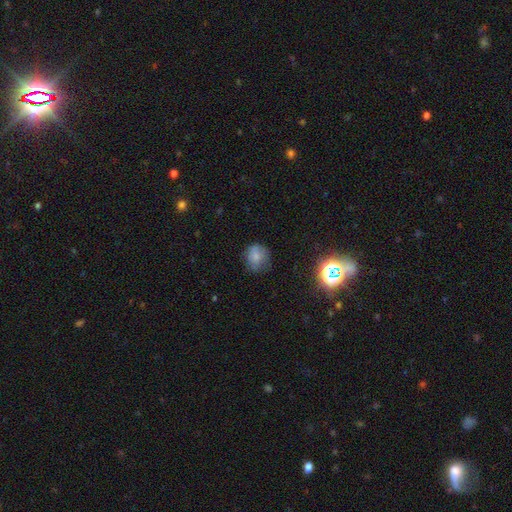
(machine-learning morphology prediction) Q: Smooth or featured?
A: smooth (72%); runner-up: star or artifact (14%)
Q: How rounded?
A: round (71%); runner-up: in between (28%)
Q: Merging?
A: none (65%); runner-up: minor disturbance (24%)